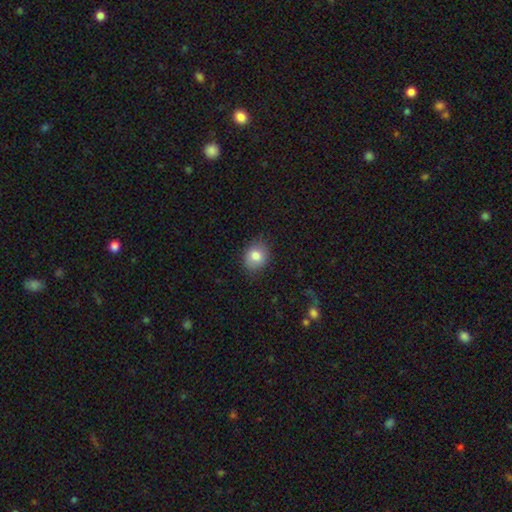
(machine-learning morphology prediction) Smooth or featured? Predicted: smooth (p=0.80). How rounded? Predicted: round (p=0.54). Merging? Predicted: none (p=0.82).